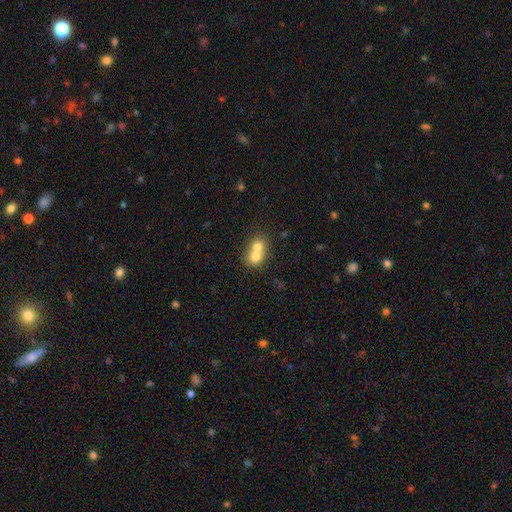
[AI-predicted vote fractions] Smooth or featured?
  - smooth: 69% *
  - featured or disk: 22%
  - star or artifact: 9%
How rounded?
  - round: 64% *
  - in between: 35%
  - cigar-shaped: 1%
Merging?
  - merger: 74% *
  - none: 20%
  - minor disturbance: 4%
  - major disturbance: 2%